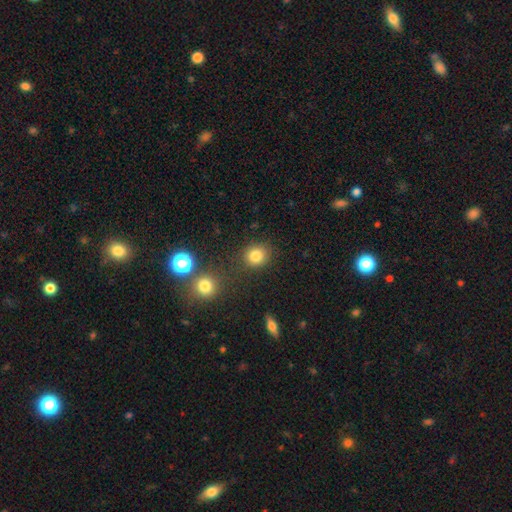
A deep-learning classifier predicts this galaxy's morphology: smooth 82%, star or artifact 12%, featured or disk 6%. Down the decision tree: how rounded — round (81%); merging — none (82%).